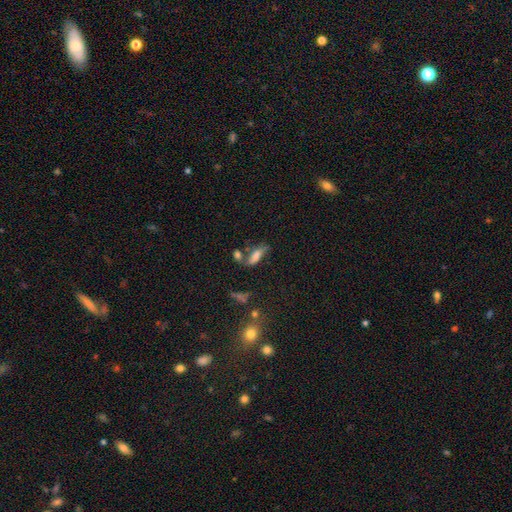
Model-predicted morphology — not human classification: Smooth or featured? Predicted: smooth (p=0.59). How rounded? Predicted: in between (p=0.63). Merging? Predicted: none (p=0.36).